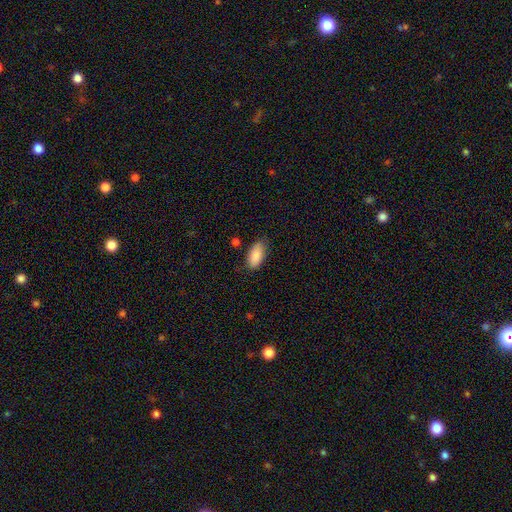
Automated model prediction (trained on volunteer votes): Smooth or featured? smooth (88%)
How rounded? in between (89%)
Merging? none (81%)